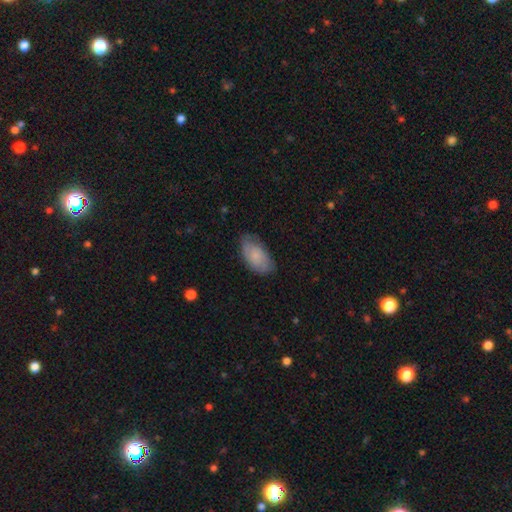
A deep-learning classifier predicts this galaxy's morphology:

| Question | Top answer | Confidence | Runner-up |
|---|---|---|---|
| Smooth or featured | smooth | 75% | featured or disk (19%) |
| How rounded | in between | 94% | cigar-shaped (3%) |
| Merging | none | 76% | minor disturbance (19%) |